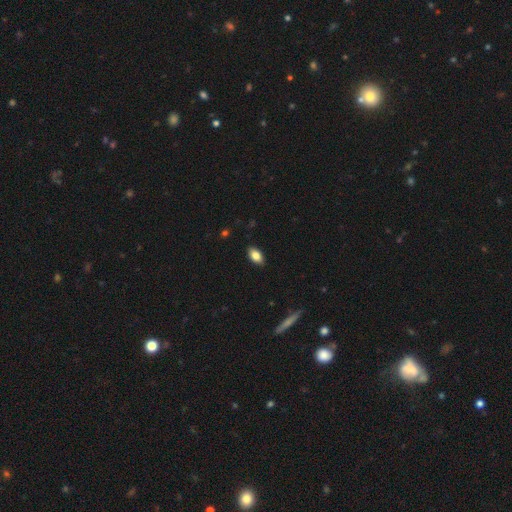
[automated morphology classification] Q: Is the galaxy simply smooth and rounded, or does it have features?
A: smooth — 83%.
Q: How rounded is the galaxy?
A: in between — 92%.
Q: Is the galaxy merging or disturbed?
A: none — 88%.